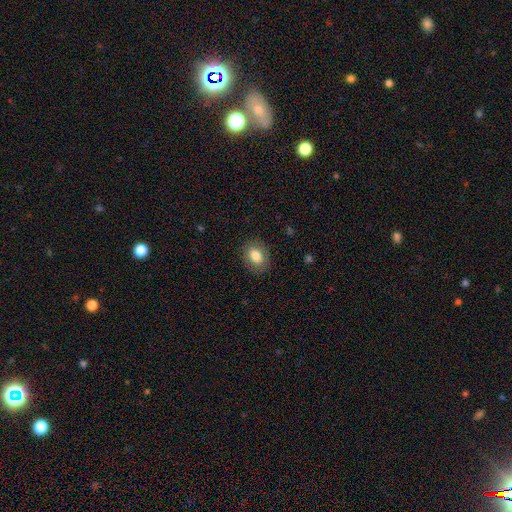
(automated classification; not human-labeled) Smooth or featured?
  - smooth: 81% *
  - featured or disk: 11%
  - star or artifact: 8%
How rounded?
  - in between: 67% *
  - round: 32%
  - cigar-shaped: 1%
Merging?
  - none: 85% *
  - minor disturbance: 11%
  - major disturbance: 3%
  - merger: 1%